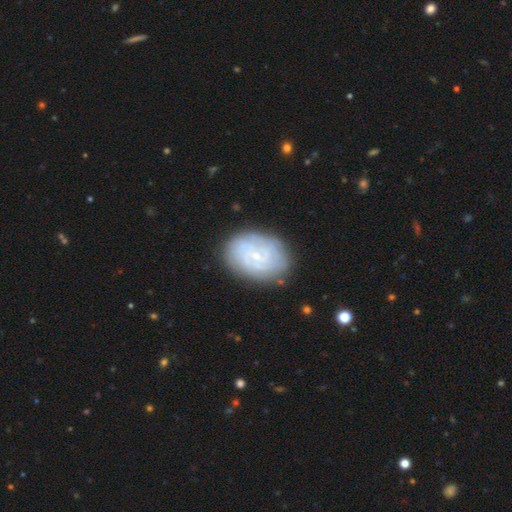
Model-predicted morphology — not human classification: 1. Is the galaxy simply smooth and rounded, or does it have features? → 72% featured or disk, 20% smooth, 7% star or artifact.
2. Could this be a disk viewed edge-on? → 97% no, 3% yes.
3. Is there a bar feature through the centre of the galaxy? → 63% no, 31% weak, 6% strong.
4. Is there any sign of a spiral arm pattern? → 89% yes, 11% no.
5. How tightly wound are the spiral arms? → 70% tight, 23% medium, 6% loose.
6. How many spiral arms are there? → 43% can't tell, 18% 2, 13% 3, 13% 4, 7% more than 4, 6% 1.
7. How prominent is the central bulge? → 80% small, 16% moderate, 2% none, 1% large, 1% dominant.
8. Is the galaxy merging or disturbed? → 81% none, 14% minor disturbance, 4% major disturbance, 1% merger.